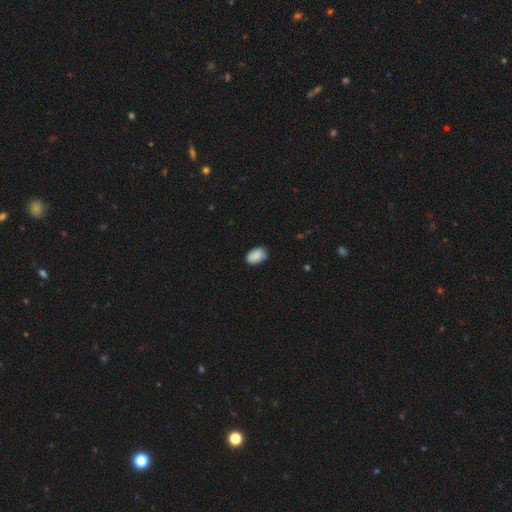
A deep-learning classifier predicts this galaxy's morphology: Smooth or featured? smooth (88%)
How rounded? in between (90%)
Merging? none (77%)